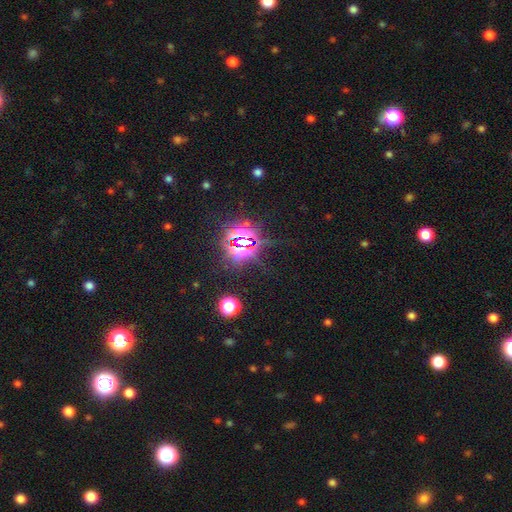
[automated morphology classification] star or artifact 77%, smooth 17%, featured or disk 6%.